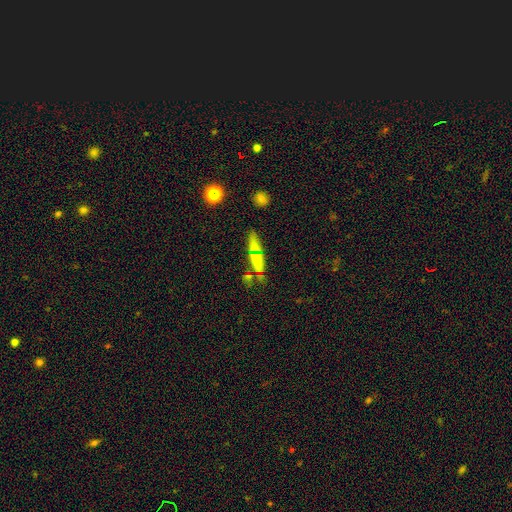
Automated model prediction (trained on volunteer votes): smooth_or_featured: smooth (p=0.60) [alt: featured or disk p=0.24]
how_rounded: cigar-shaped (p=0.74) [alt: in between p=0.22]
merging: none (p=0.75) [alt: minor disturbance p=0.14]